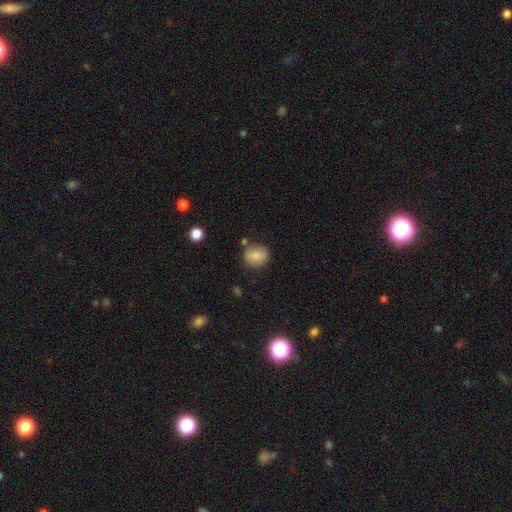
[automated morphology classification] Smooth or featured: smooth — 81% (featured or disk — 11%)
How rounded: round — 71% (in between — 28%)
Merging: none — 75% (minor disturbance — 15%)